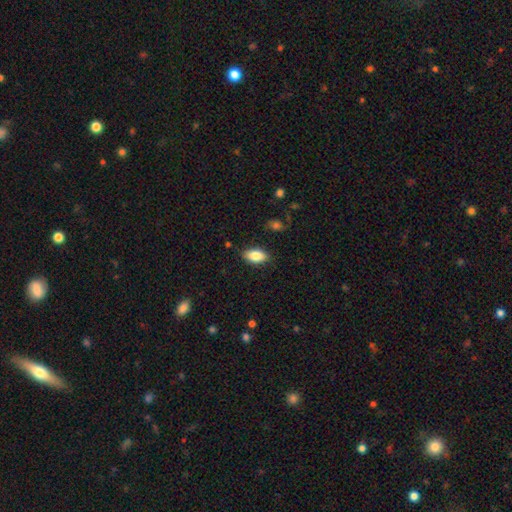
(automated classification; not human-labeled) smooth_or_featured: smooth (p=0.83) [alt: featured or disk p=0.10]
how_rounded: in between (p=0.92) [alt: cigar-shaped p=0.04]
merging: none (p=0.85) [alt: minor disturbance p=0.11]